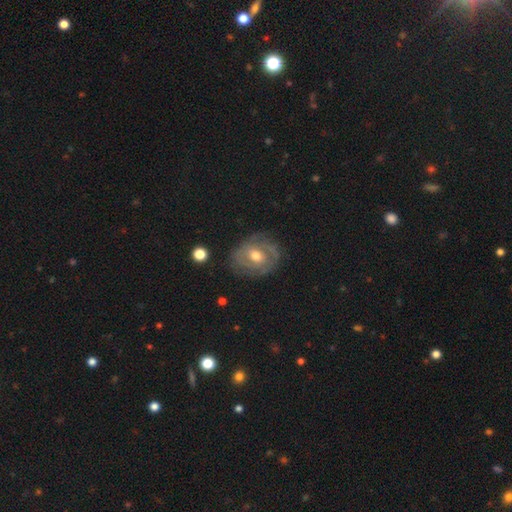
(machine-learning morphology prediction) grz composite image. It shows a featured or disk galaxy (76%) with no bar (55%), 2 (40%) tight (58%) spiral arms (83%) and a moderate central bulge (75%). Merging: none (72%).